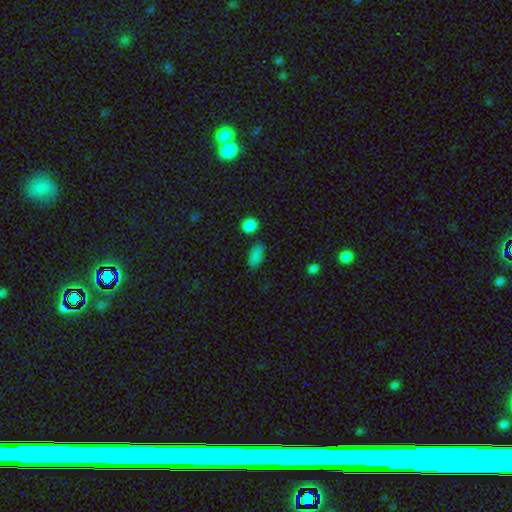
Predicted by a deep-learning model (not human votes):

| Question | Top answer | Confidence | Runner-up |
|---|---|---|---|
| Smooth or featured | smooth | 84% | star or artifact (11%) |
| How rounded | in between | 85% | cigar-shaped (8%) |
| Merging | none | 77% | minor disturbance (14%) |